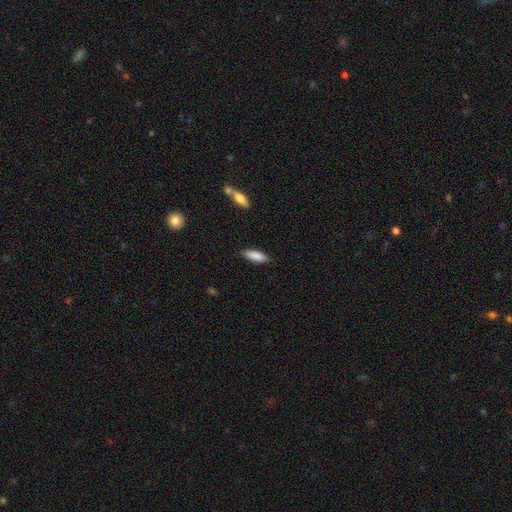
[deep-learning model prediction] Morphology: type=smooth (87%); roundness=in between (62%); merging=none (86%).